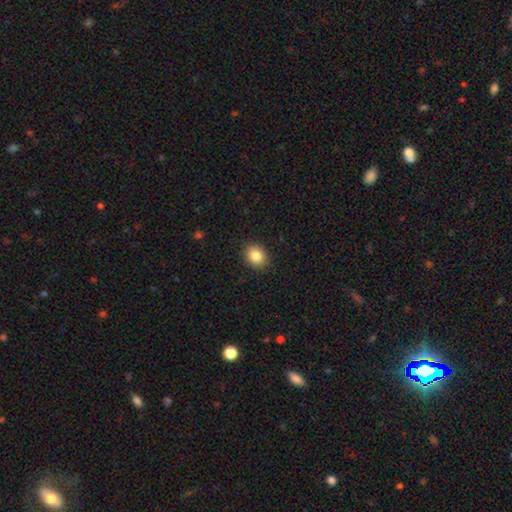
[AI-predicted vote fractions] smooth_or_featured: smooth (p=0.84) [alt: star or artifact p=0.09]
how_rounded: round (p=0.57) [alt: in between p=0.42]
merging: none (p=0.90) [alt: minor disturbance p=0.07]